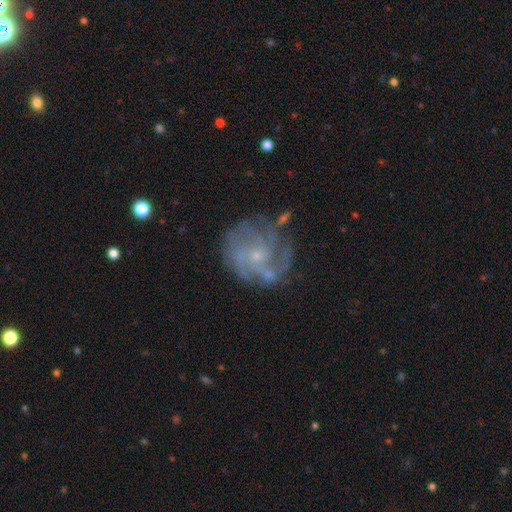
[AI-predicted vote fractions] A featured or disk galaxy (79%) with no bar (72%), tight (50%) spiral arms (88%) and a small central bulge (76%).

Vote fractions:
- Smooth or featured? featured or disk: 79% / smooth: 12% / star or artifact: 9%
- Edge-on disk? no: 98% / yes: 2%
- Bar? no: 72% / weak: 25% / strong: 4%
- Spiral arms? yes: 88% / no: 12%
- Spiral winding? tight: 50% / medium: 37% / loose: 13%
- Spiral arm count? can't tell: 35% / 3: 20% / 4: 19% / 2: 12% / more than 4: 7% / 1: 6%
- Bulge size? small: 76% / moderate: 16% / none: 6% / large: 1% / dominant: 1%
- Merging? none: 66% / minor disturbance: 19% / major disturbance: 12% / merger: 4%